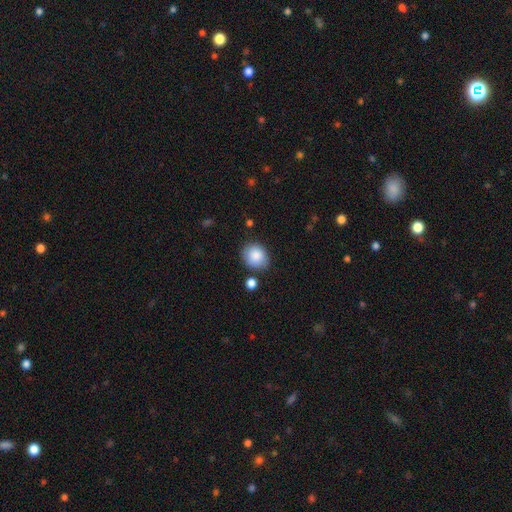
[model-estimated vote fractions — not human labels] Smooth or featured? smooth (86%)
How rounded? round (66%)
Merging? none (75%)